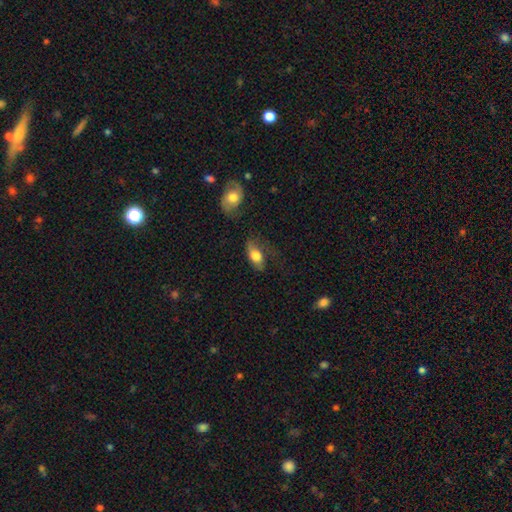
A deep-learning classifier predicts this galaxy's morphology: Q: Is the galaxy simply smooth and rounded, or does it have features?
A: smooth — 72%.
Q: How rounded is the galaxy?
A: in between — 86%.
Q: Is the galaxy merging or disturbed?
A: none — 50%.